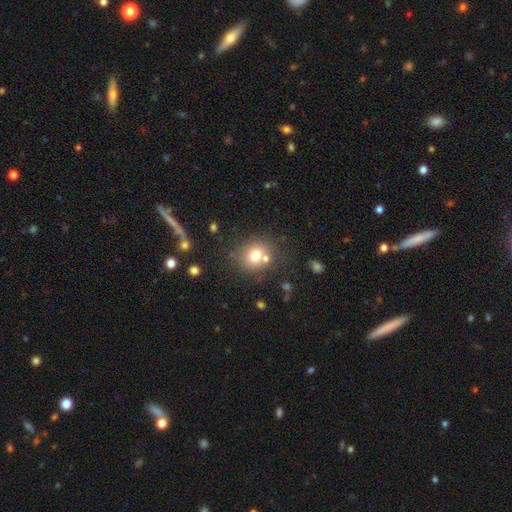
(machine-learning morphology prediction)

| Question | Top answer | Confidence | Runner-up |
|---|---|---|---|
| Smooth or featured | smooth | 73% | star or artifact (14%) |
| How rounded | round | 78% | in between (21%) |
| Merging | none | 67% | merger (18%) |